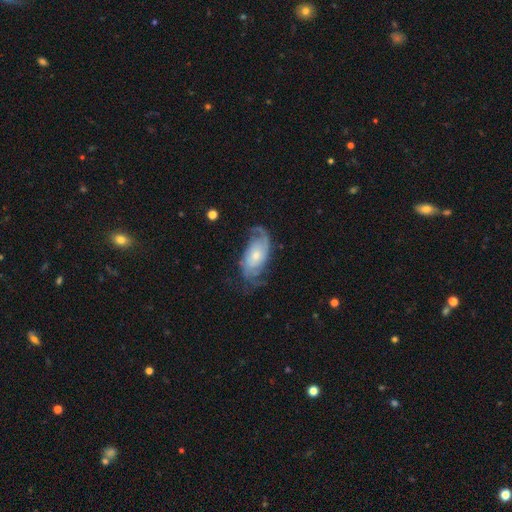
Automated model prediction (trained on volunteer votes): Smooth or featured? Predicted: featured or disk (p=0.76). Edge-on disk? Predicted: no (p=0.95). Bar? Predicted: no (p=0.72). Spiral arms? Predicted: yes (p=0.91). Spiral winding? Predicted: medium (p=0.38). Spiral arm count? Predicted: 2 (p=0.60). Bulge size? Predicted: small (p=0.52). Merging? Predicted: none (p=0.57).